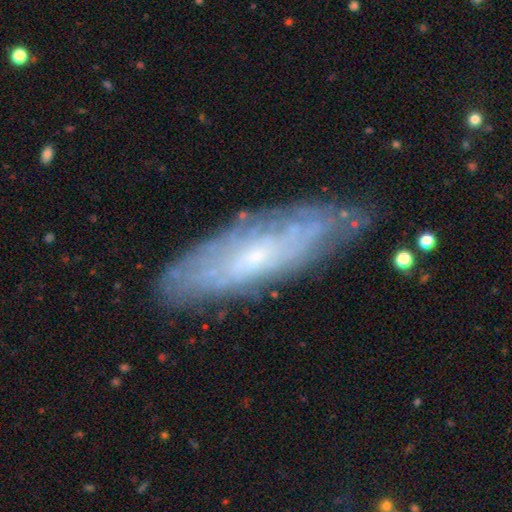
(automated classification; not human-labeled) This is likely a featured or disk galaxy (63%). It is likely not viewed edge-on (68%). Merging: likely none (76%).